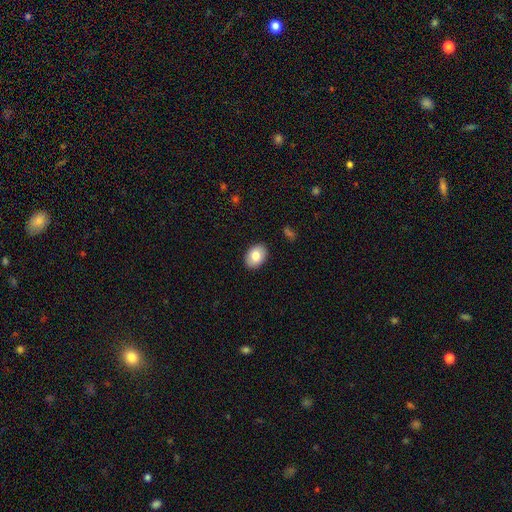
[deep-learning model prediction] The model was most divided on "how rounded": in between: 78%, round: 21%, cigar-shaped: 1%. More confident: merging — none (89%); smooth or featured — smooth (81%).